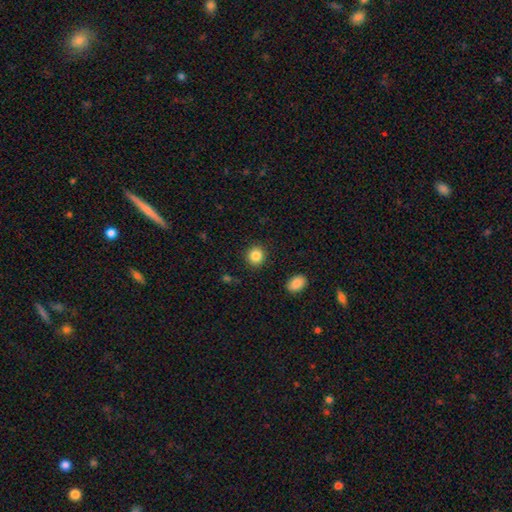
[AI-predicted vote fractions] Smooth or featured? smooth (86%)
How rounded? round (84%)
Merging? none (90%)